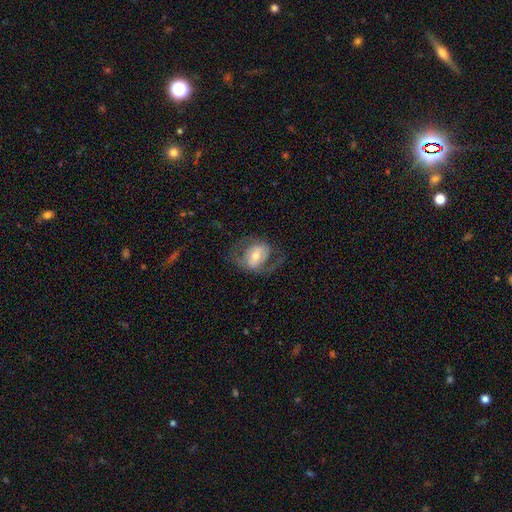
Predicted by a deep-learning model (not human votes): Smooth or featured? Predicted: featured or disk (p=0.62). Edge-on disk? Predicted: no (p=0.94). Bar? Predicted: no (p=0.36, tied with weak). Spiral arms? Predicted: yes (p=0.63). Bulge size? Predicted: moderate (p=0.56). Merging? Predicted: none (p=0.58).